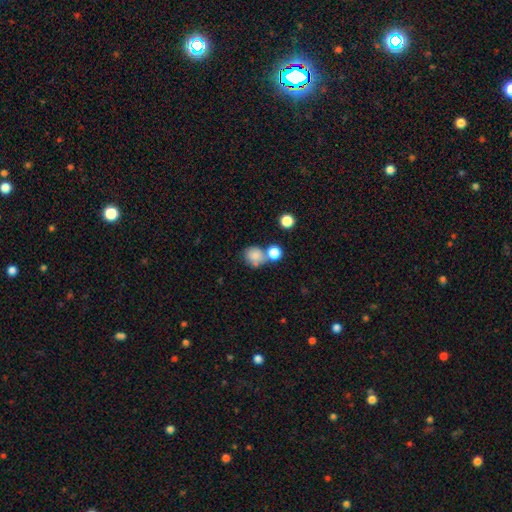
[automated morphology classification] A smooth galaxy with no disk features (78%) that is round (75%). Merging: none (46%).